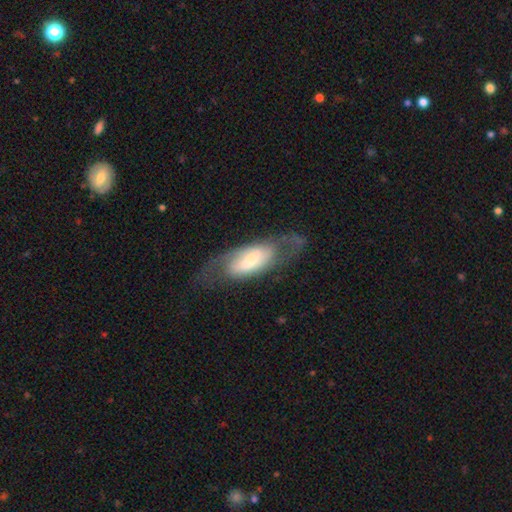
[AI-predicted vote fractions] smooth_or_featured: featured or disk (p=0.58) [alt: smooth p=0.36]
disk_edge_on: no (p=0.86) [alt: yes p=0.14]
merging: none (p=0.53) [alt: major disturbance p=0.23]